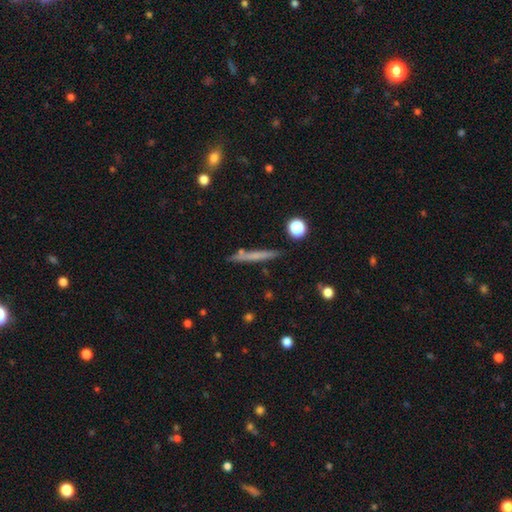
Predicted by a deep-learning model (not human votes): Smooth or featured? Predicted: smooth (p=0.58). How rounded? Predicted: cigar-shaped (p=0.94). Merging? Predicted: none (p=0.83).